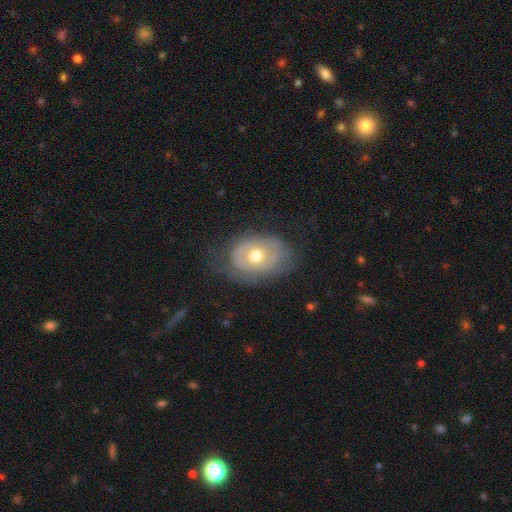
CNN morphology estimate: This appears to be a featured or disk galaxy (52%). Merging: none (62%).